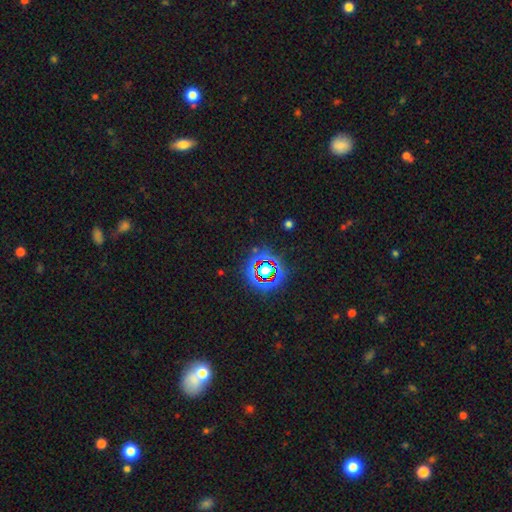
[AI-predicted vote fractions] Smooth or featured: star or artifact — 61% (smooth — 25%)